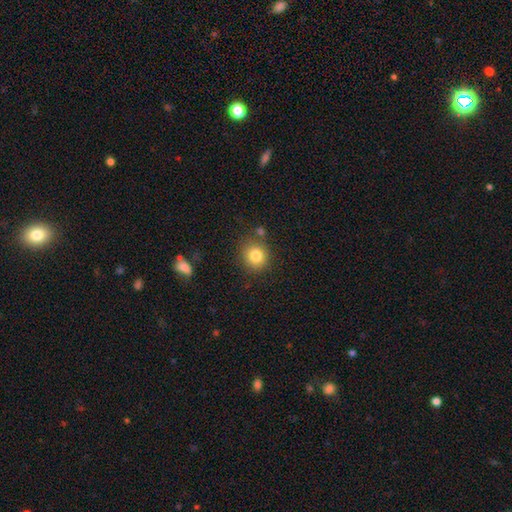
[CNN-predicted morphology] Smooth or featured: smooth — 83% (star or artifact — 11%)
How rounded: round — 86% (in between — 13%)
Merging: none — 81% (minor disturbance — 10%)